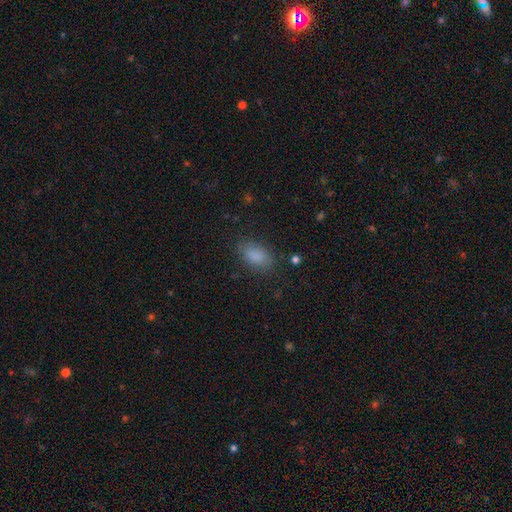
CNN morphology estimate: type=smooth (85%); roundness=in between (89%); merging=none (79%).